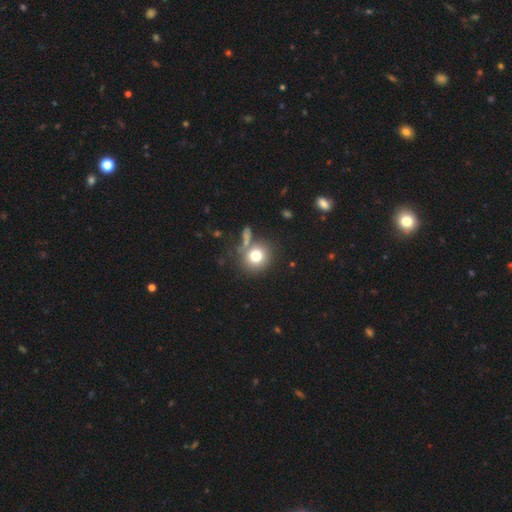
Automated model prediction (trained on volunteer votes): The model was most divided on "merging": none: 69%, merger: 13%, minor disturbance: 12%, major disturbance: 6%. More confident: how rounded — round (84%); smooth or featured — smooth (77%).